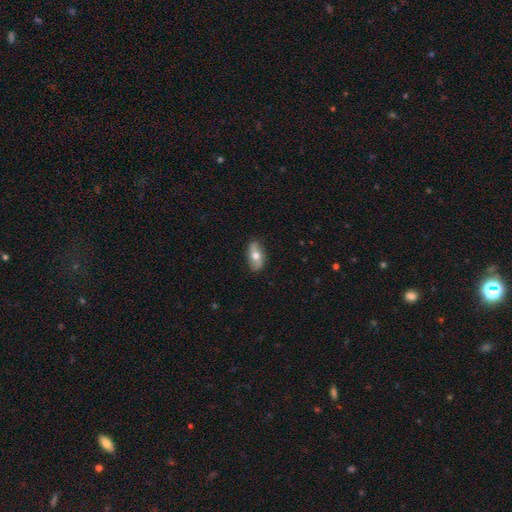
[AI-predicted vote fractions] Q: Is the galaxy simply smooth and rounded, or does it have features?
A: smooth — 54%.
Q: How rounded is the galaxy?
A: in between — 84%.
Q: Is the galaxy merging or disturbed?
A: none — 83%.